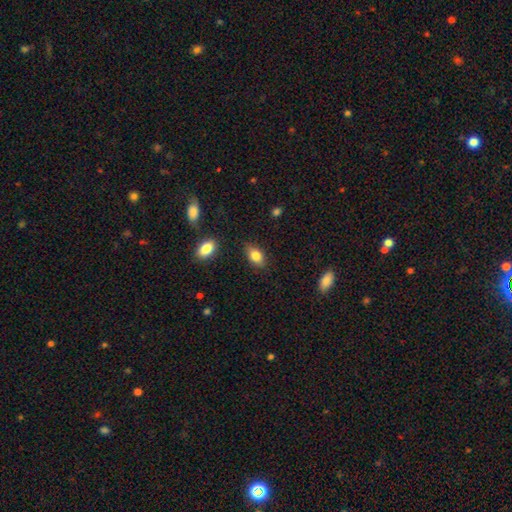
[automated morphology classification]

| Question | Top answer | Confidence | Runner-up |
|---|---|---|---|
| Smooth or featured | smooth | 82% | featured or disk (10%) |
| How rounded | in between | 88% | round (9%) |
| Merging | none | 84% | minor disturbance (12%) |